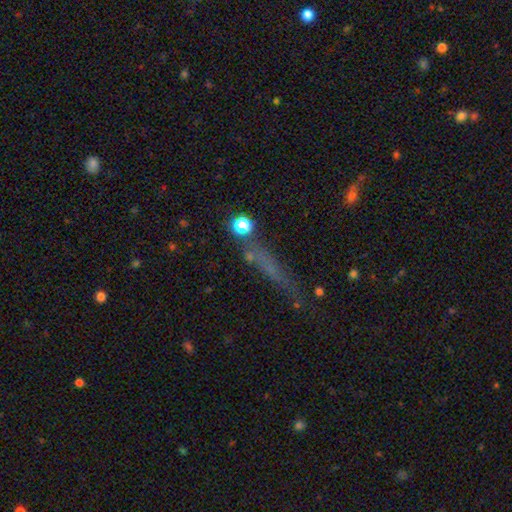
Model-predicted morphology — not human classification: Smooth or featured: smooth — 47% (featured or disk — 28%)
Merging: none — 63% (minor disturbance — 17%)